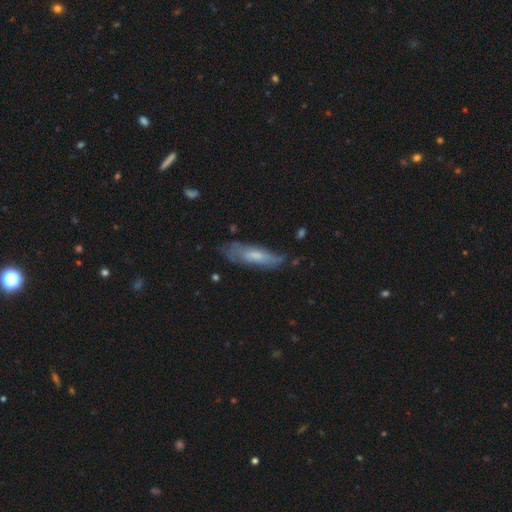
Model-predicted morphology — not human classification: smooth_or_featured: smooth (p=0.51) [alt: featured or disk p=0.42]
how_rounded: cigar-shaped (p=0.55) [alt: in between p=0.43]
merging: none (p=0.54) [alt: minor disturbance p=0.30]